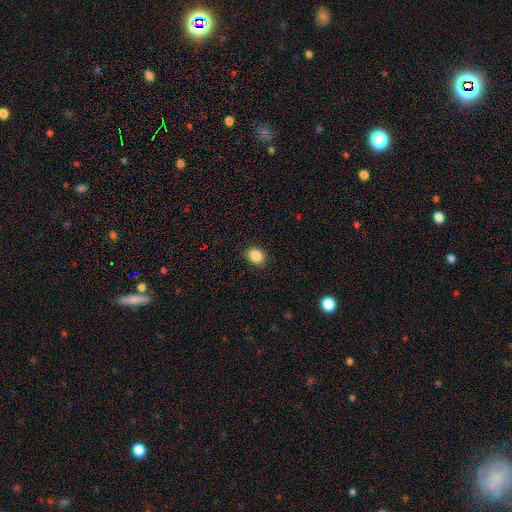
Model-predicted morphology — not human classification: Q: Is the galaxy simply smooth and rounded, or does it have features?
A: smooth — 87%.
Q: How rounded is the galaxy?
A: in between — 53%.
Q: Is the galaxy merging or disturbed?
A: none — 90%.